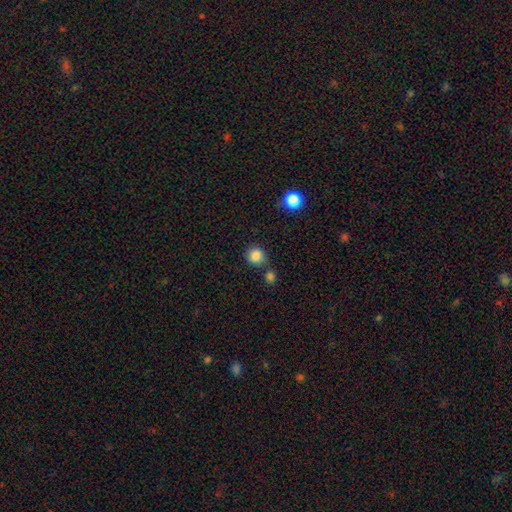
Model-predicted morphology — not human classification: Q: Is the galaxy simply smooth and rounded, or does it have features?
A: smooth — 85%.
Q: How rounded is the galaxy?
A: round — 90%.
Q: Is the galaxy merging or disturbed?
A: none — 72%.